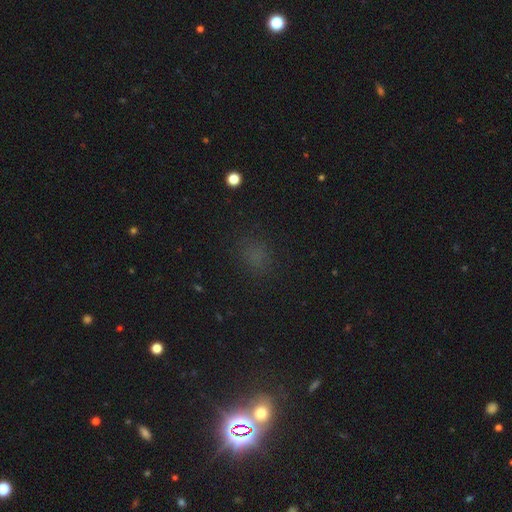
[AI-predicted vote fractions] A smooth galaxy with no disk features (62%) that is round (58%).

Vote fractions:
- Smooth or featured? smooth: 62% / star or artifact: 31% / featured or disk: 7%
- How rounded? round: 58% / in between: 39% / cigar-shaped: 3%
- Merging? none: 81% / minor disturbance: 11% / major disturbance: 6% / merger: 2%